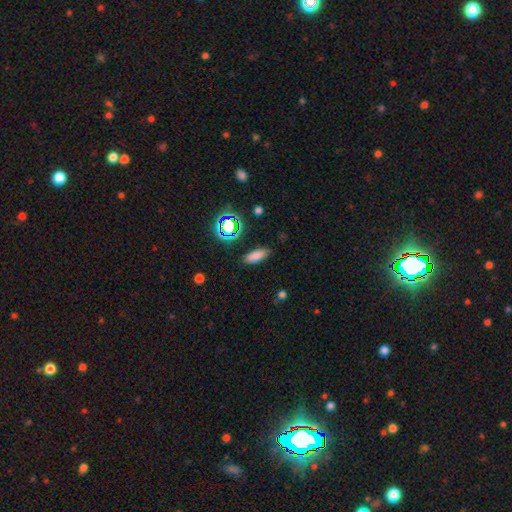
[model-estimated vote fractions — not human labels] smooth_or_featured: smooth (p=0.78) [alt: star or artifact p=0.15]
how_rounded: in between (p=0.65) [alt: cigar-shaped p=0.30]
merging: none (p=0.86) [alt: minor disturbance p=0.09]